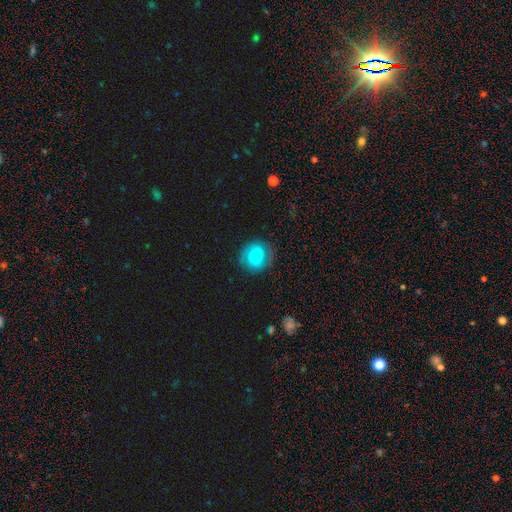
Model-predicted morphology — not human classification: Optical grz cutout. It shows a featured or disk galaxy (62%) with no bar (55%), 2 (83%) tight (48%) spiral arms (90%) and a moderate central bulge (48%). Merging: none (80%).